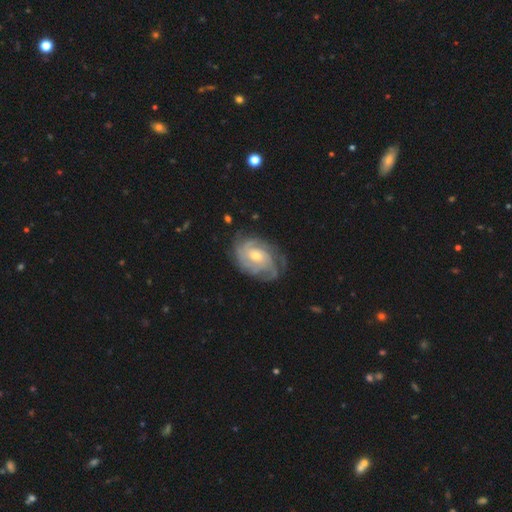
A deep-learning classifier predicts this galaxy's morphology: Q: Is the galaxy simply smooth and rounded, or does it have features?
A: featured or disk — 87%.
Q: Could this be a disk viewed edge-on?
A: no — 97%.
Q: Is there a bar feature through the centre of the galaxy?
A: no — 65%.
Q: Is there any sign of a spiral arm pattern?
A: yes — 97%.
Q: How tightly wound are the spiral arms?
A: tight — 69%.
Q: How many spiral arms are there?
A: can't tell — 28%.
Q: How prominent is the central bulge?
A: moderate — 54%.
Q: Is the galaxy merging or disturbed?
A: none — 75%.